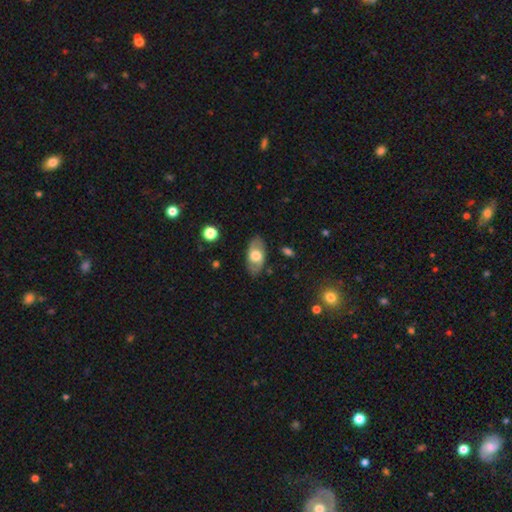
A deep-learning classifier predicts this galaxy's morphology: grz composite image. It shows a smooth galaxy with no disk features (53%) that is in between round and cigar-shaped (90%). Merging: none (82%).